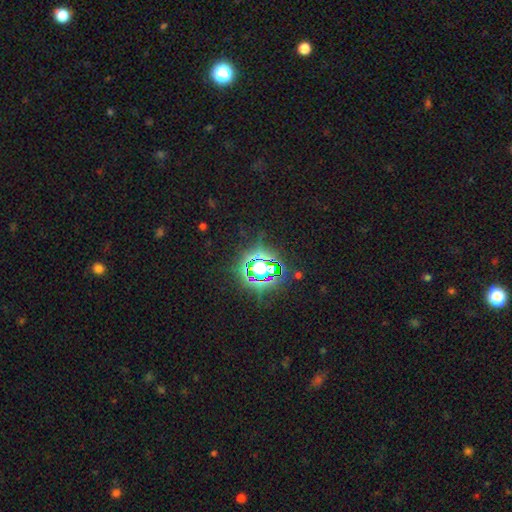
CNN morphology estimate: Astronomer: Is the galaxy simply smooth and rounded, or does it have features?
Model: star or artifact — 79%.